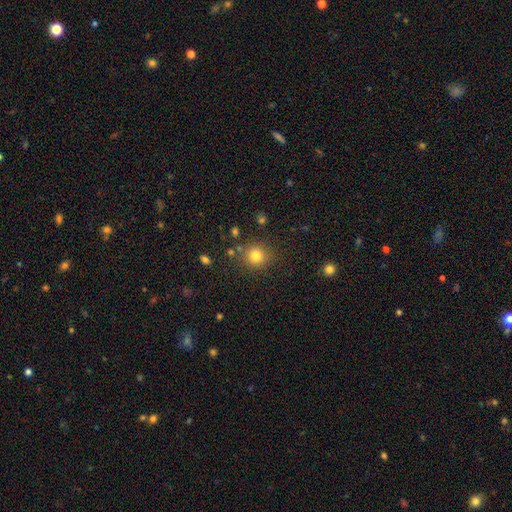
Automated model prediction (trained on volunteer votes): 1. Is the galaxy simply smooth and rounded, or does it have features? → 80% smooth, 13% star or artifact, 7% featured or disk.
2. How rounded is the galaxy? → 90% round, 9% in between, 1% cigar-shaped.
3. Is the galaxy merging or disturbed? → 83% none, 9% minor disturbance, 5% merger, 3% major disturbance.